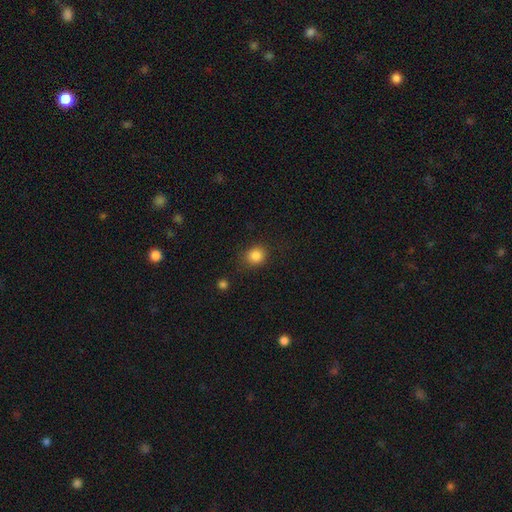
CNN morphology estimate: Q: Smooth or featured?
A: smooth (84%); runner-up: star or artifact (10%)
Q: How rounded?
A: round (77%); runner-up: in between (22%)
Q: Merging?
A: none (80%); runner-up: minor disturbance (13%)